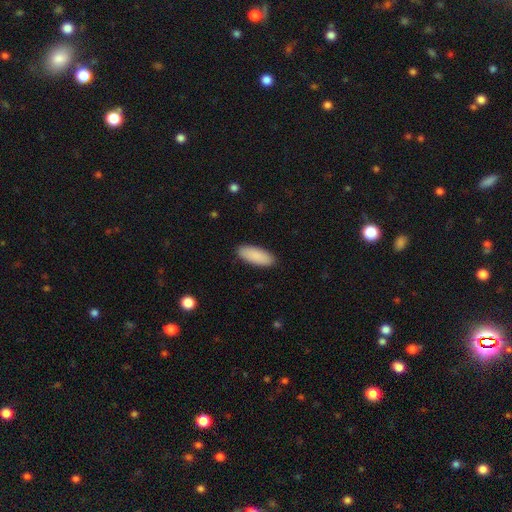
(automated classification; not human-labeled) This is clearly a smooth galaxy (90%). How rounded: clearly in between (80%). Merging: clearly none (89%).